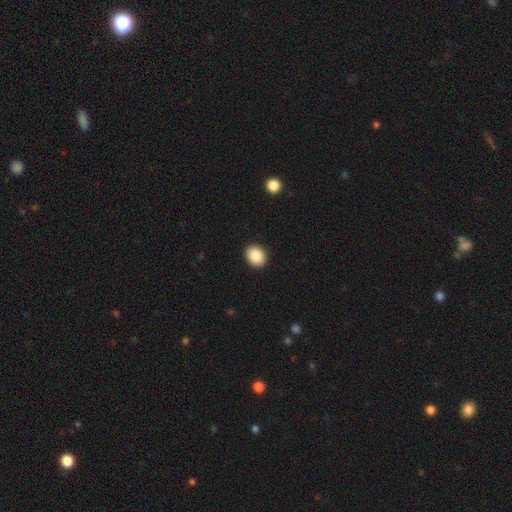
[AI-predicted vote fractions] smooth-or-featured: smooth: 87% | star or artifact: 8% | featured or disk: 5%
  how-rounded: round: 53% | in between: 46% | cigar-shaped: 1%
  merging: none: 92% | minor disturbance: 5% | major disturbance: 1% | merger: 1%